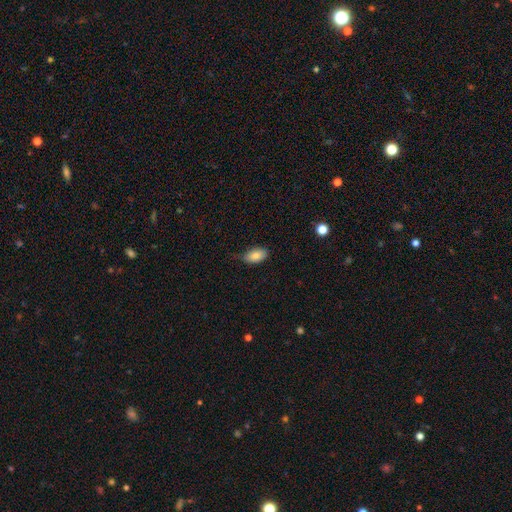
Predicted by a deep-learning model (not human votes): This is clearly a smooth galaxy (84%). How rounded: clearly in between (93%). Merging: likely none (62%).